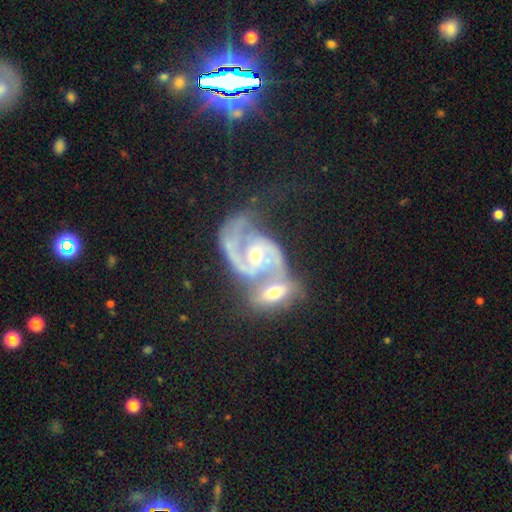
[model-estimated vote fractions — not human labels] A featured or disk galaxy (89%) with no bar (42%), 2 (88%) medium (57%) spiral arms (97%) and a moderate central bulge (51%).

Vote fractions:
- Smooth or featured? featured or disk: 89% / star or artifact: 6% / smooth: 5%
- Edge-on disk? no: 97% / yes: 3%
- Bar? no: 42% / weak: 40% / strong: 17%
- Spiral arms? yes: 97% / no: 3%
- Spiral winding? medium: 57% / tight: 24% / loose: 20%
- Spiral arm count? 2: 88% / can't tell: 4% / 1: 3% / 3: 2% / 4: 1% / more than 4: 1%
- Bulge size? moderate: 51% / small: 44% / large: 2% / none: 1% / dominant: 1%
- Merging? merger: 64% / none: 19% / minor disturbance: 9% / major disturbance: 8%